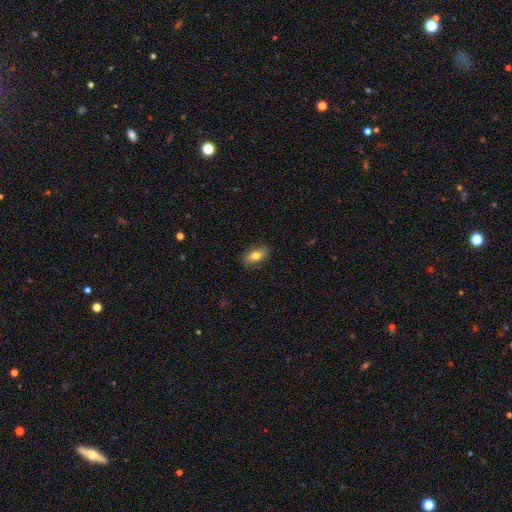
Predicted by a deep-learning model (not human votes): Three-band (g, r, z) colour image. It shows a smooth galaxy with no disk features (74%) that is in between round and cigar-shaped (88%). Merging: none (82%).